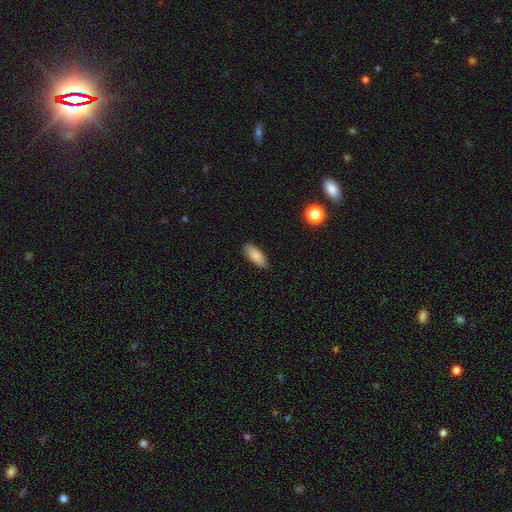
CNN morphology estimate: A smooth galaxy with no disk features (85%) that is in between round and cigar-shaped (80%).

Vote fractions:
- Smooth or featured? smooth: 85% / featured or disk: 8% / star or artifact: 7%
- How rounded? in between: 80% / cigar-shaped: 18% / round: 2%
- Merging? none: 83% / minor disturbance: 13% / major disturbance: 2% / merger: 1%